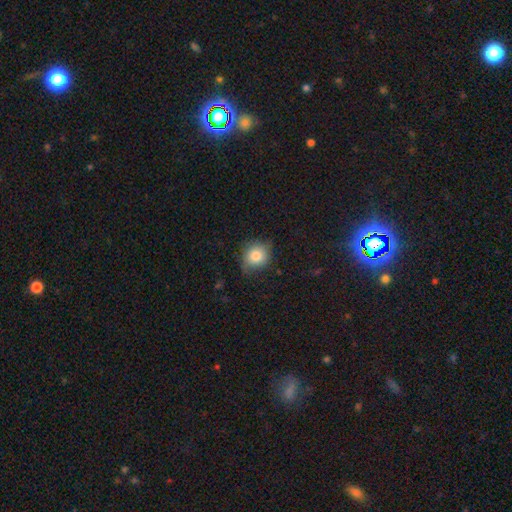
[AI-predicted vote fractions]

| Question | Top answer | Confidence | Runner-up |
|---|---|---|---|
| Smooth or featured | smooth | 81% | star or artifact (10%) |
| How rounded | round | 81% | in between (18%) |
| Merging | none | 70% | minor disturbance (24%) |